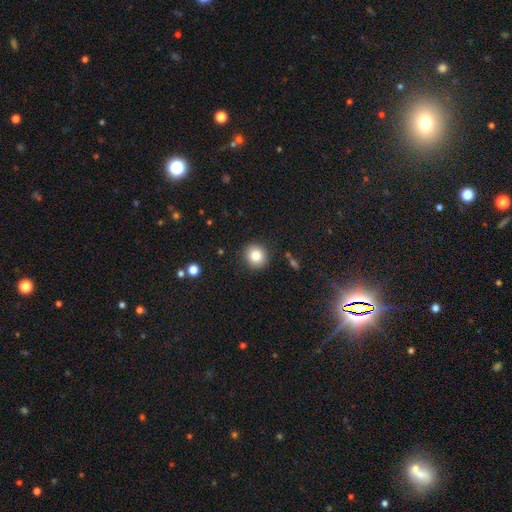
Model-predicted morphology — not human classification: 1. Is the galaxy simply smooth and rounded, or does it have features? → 83% smooth, 10% star or artifact, 8% featured or disk.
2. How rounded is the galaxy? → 87% round, 12% in between, 1% cigar-shaped.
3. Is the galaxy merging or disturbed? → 90% none, 6% minor disturbance, 2% major disturbance, 1% merger.